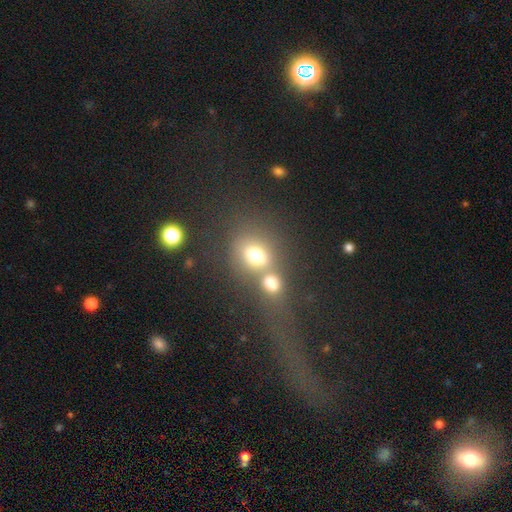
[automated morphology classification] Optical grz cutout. It shows a smooth galaxy with no disk features (72%) that is round (52%). Merging: merger (52%).